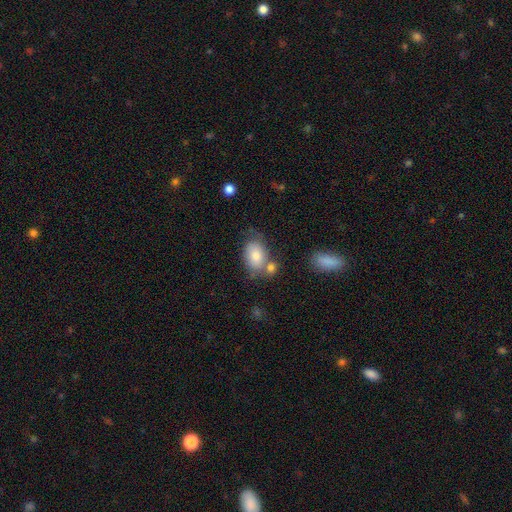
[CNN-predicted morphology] This appears to be a smooth galaxy with no disk features (80%) that is in between round and cigar-shaped (84%). Merging: none (47%).